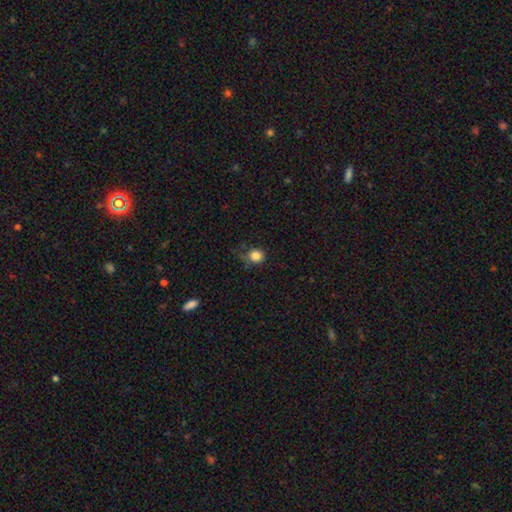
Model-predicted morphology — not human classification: Smooth or featured? Predicted: smooth (p=0.85). How rounded? Predicted: round (p=0.86). Merging? Predicted: none (p=0.67).